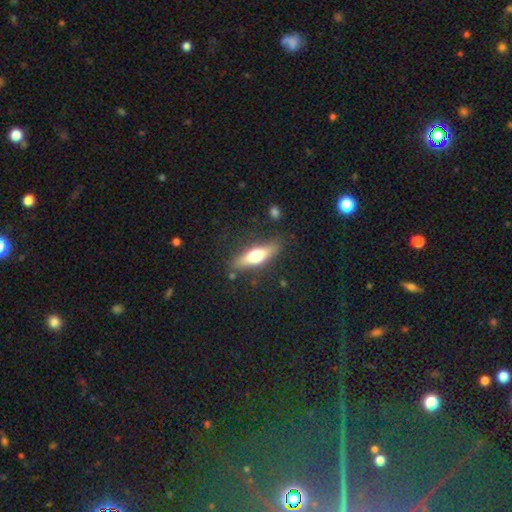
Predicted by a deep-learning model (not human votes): Overall: smooth (51%; featured or disk 43%). How rounded: cigar-shaped (63%; in between 34%). Merging: none (82%).